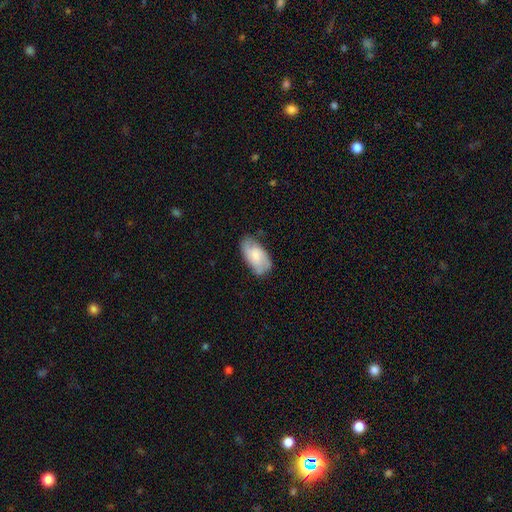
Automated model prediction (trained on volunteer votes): This is possibly a smooth galaxy (52%). How rounded: clearly in between (93%). Merging: likely none (67%).